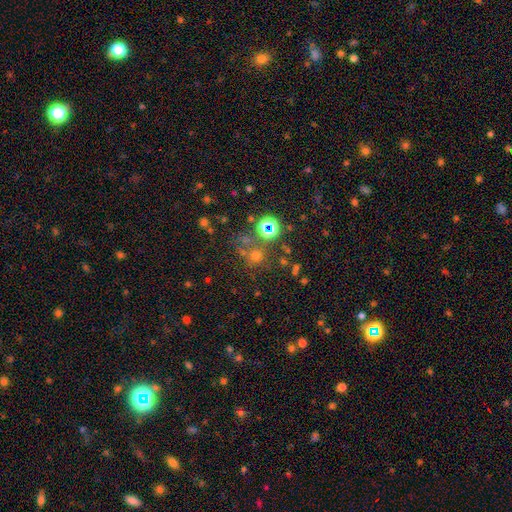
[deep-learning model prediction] This appears to be a smooth galaxy with no disk features (58%) that is round (88%). Merging: none (66%).